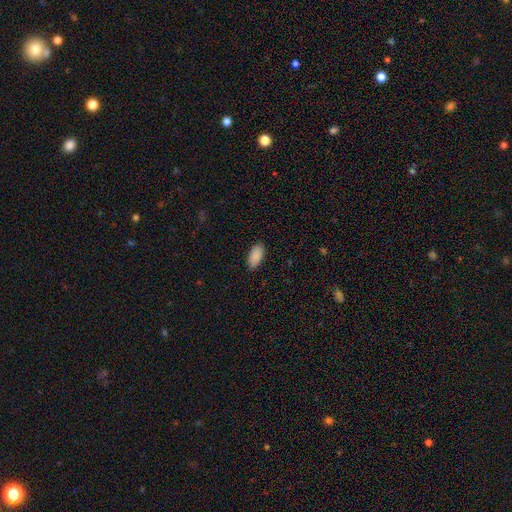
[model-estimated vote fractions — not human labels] This appears to be a smooth galaxy with no disk features (90%) that is in between round and cigar-shaped (94%). Merging: none (88%).